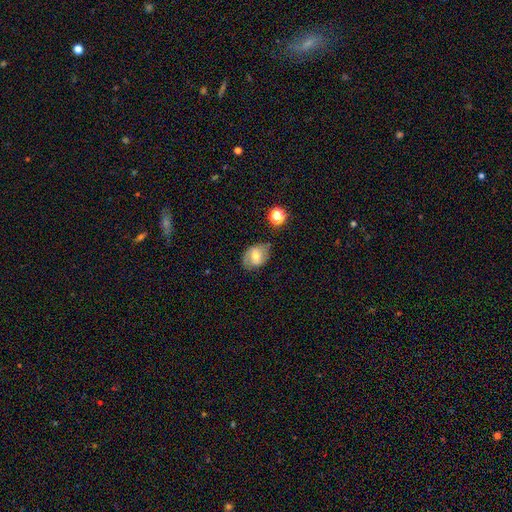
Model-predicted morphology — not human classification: Overall: smooth (53%; featured or disk 37%). How rounded: in between (65%; round 33%). Merging: none (67%).